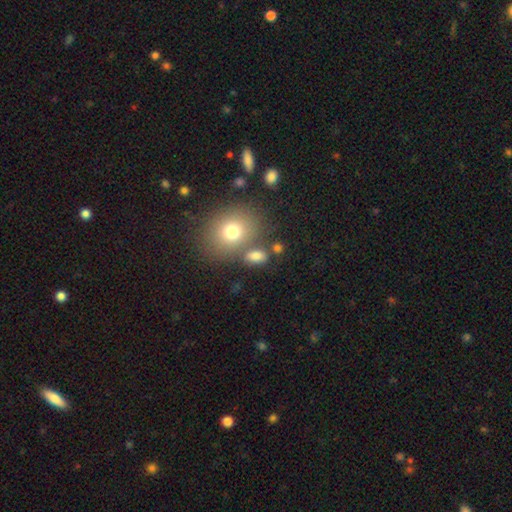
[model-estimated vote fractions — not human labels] smooth 79%, star or artifact 12%, featured or disk 9%. Down the decision tree: how rounded — in between (78%); merging — none (64%).